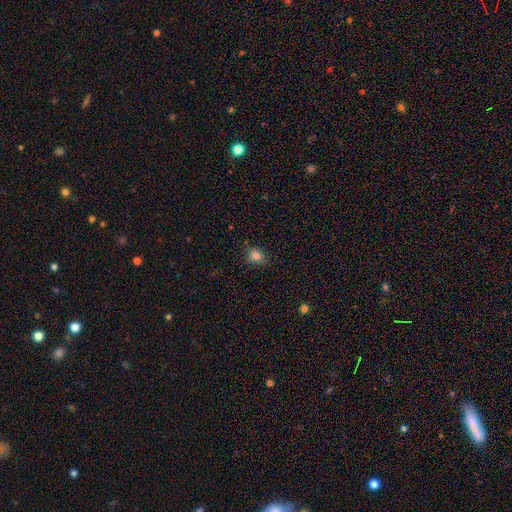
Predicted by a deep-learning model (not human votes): Morphology: type=smooth (82%); roundness=round (56%); merging=none (82%).